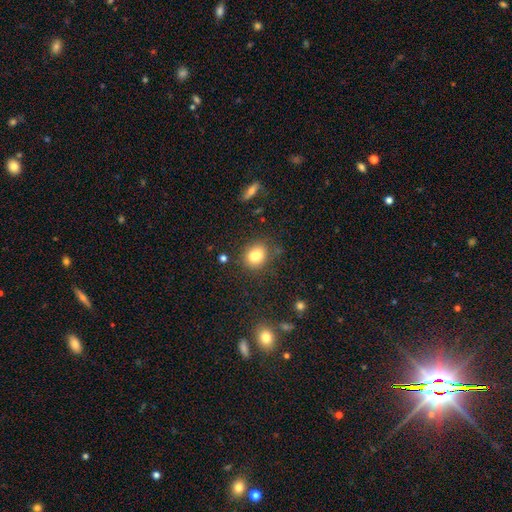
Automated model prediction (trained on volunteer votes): smooth-or-featured: smooth: 80% | star or artifact: 11% | featured or disk: 9%
  how-rounded: round: 56% | in between: 43% | cigar-shaped: 1%
  merging: none: 69% | minor disturbance: 16% | merger: 11% | major disturbance: 5%